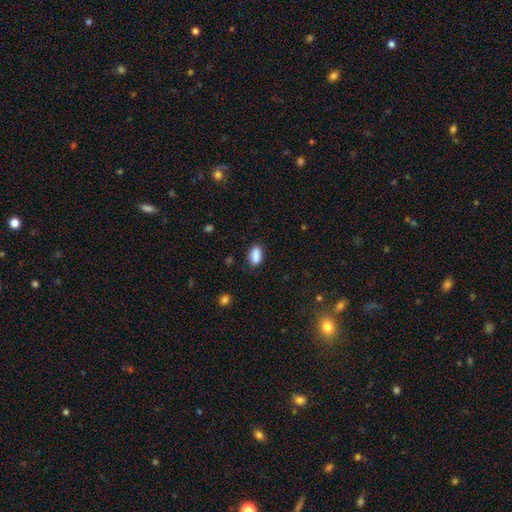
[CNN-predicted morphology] type=smooth (88%); roundness=in between (89%); merging=none (79%).